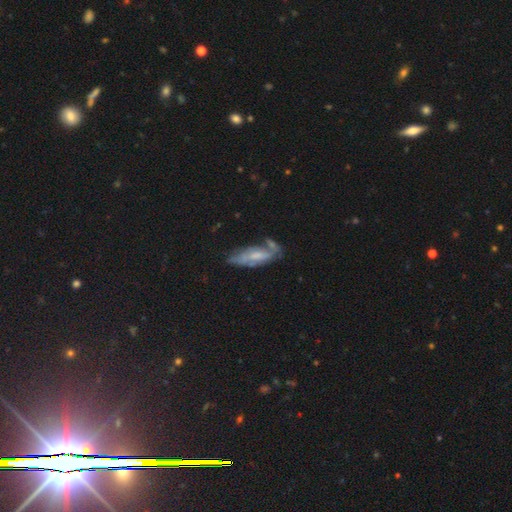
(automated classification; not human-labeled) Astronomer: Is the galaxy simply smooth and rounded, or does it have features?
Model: featured or disk — 59%.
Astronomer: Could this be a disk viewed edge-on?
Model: no — 78%.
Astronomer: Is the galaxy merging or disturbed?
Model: none — 49% (runner-up: minor disturbance, 27%).